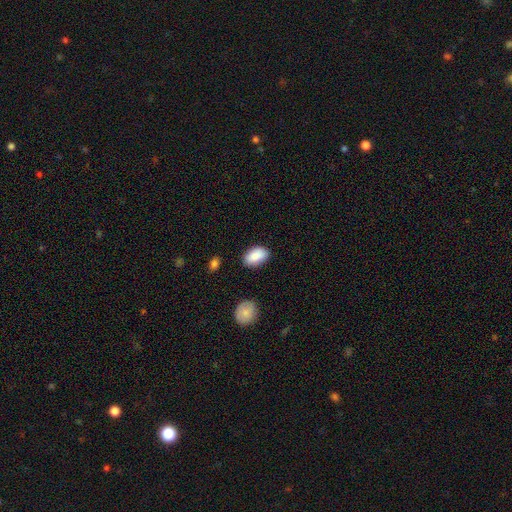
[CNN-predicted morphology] Overall: smooth (86%). How rounded: in between (92%). Merging: none (83%).